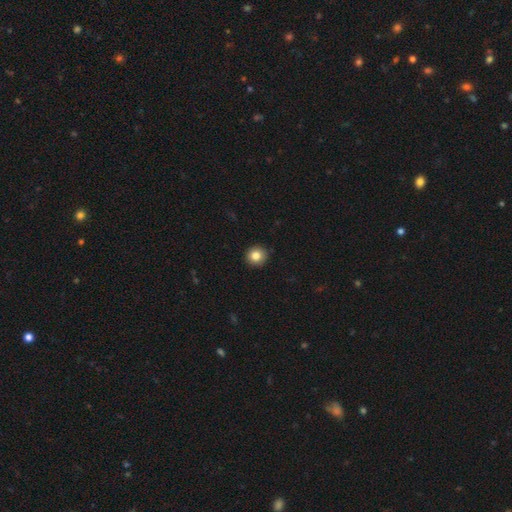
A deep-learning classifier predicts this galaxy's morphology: smooth-or-featured: smooth: 83% | star or artifact: 10% | featured or disk: 7%
  how-rounded: round: 94% | in between: 5% | cigar-shaped: 1%
  merging: none: 92% | minor disturbance: 6% | major disturbance: 1% | merger: 1%